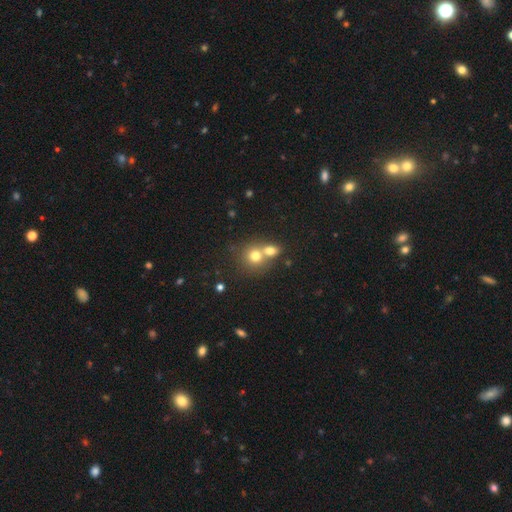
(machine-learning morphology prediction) The model was most divided on "merging": merger: 59%, none: 33%, minor disturbance: 6%, major disturbance: 3%. More confident: how rounded — round (78%); smooth or featured — smooth (73%).